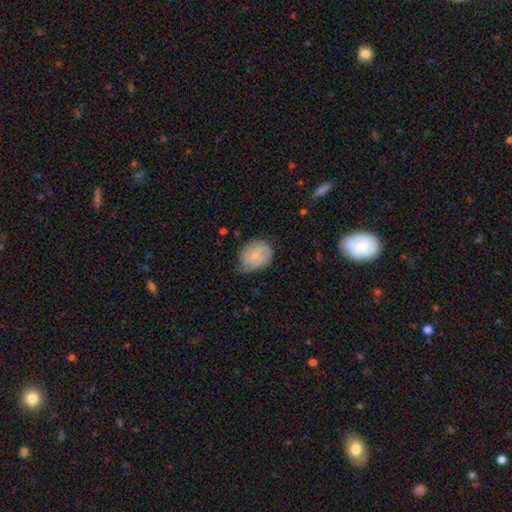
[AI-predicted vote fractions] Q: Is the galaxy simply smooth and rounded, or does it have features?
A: featured or disk — 69%.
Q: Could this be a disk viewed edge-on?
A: no — 98%.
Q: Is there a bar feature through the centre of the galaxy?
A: no — 57%.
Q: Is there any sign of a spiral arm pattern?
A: yes — 95%.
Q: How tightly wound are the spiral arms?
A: tight — 45%.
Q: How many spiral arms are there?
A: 3 — 35%.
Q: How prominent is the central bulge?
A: small — 63%.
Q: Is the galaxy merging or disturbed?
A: none — 70%.